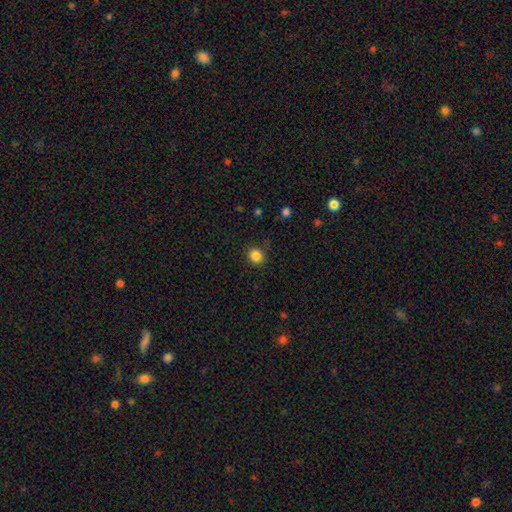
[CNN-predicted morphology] A smooth galaxy with no disk features (85%) that is round (87%).

Vote fractions:
- Smooth or featured? smooth: 85% / star or artifact: 11% / featured or disk: 4%
- How rounded? round: 87% / in between: 12% / cigar-shaped: 1%
- Merging? none: 87% / minor disturbance: 9% / major disturbance: 3% / merger: 2%